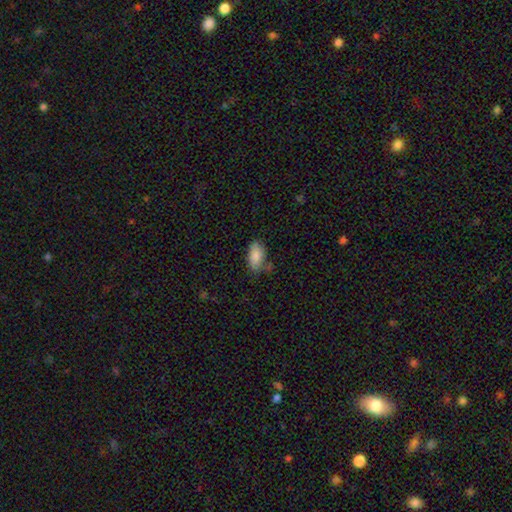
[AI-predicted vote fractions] Smooth or featured?
  - smooth: 84% *
  - featured or disk: 9%
  - star or artifact: 7%
How rounded?
  - in between: 92% *
  - cigar-shaped: 4%
  - round: 3%
Merging?
  - none: 64% *
  - minor disturbance: 25%
  - merger: 6%
  - major disturbance: 6%